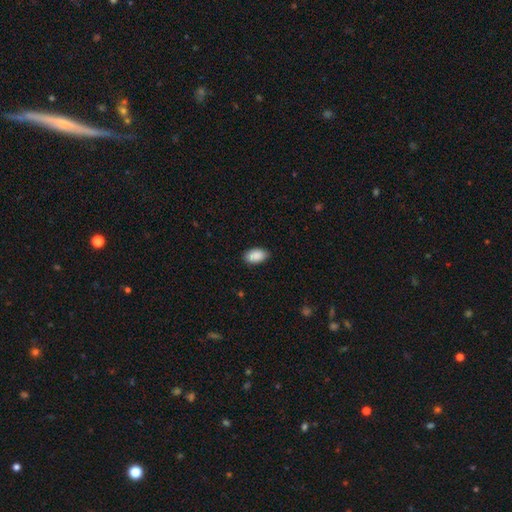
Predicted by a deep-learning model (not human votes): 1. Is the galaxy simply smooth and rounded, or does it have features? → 90% smooth, 6% star or artifact, 3% featured or disk.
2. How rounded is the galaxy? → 94% in between, 4% round, 1% cigar-shaped.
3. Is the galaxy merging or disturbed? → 85% none, 12% minor disturbance, 2% major disturbance, 1% merger.